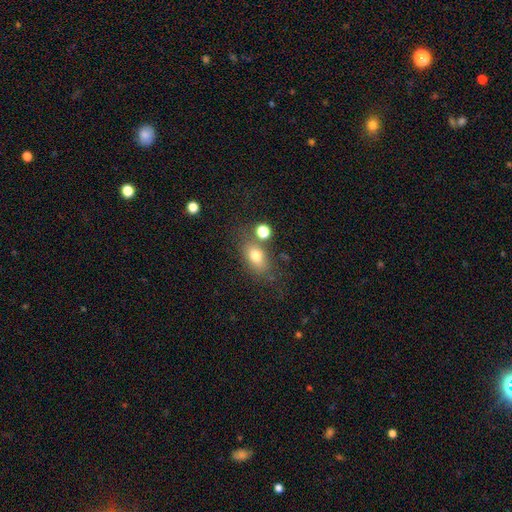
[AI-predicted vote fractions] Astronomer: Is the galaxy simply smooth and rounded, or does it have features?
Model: smooth — 76%.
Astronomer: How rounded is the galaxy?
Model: in between — 77%.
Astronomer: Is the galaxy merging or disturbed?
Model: none — 63%.